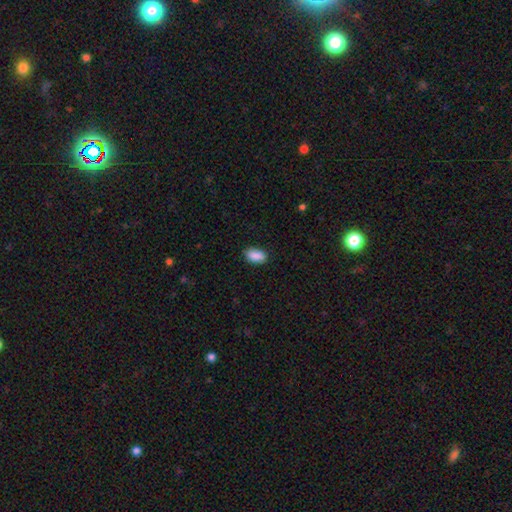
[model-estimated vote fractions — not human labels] Smooth or featured?
  - smooth: 90% *
  - star or artifact: 7%
  - featured or disk: 3%
How rounded?
  - in between: 92% *
  - round: 5%
  - cigar-shaped: 3%
Merging?
  - none: 86% *
  - minor disturbance: 10%
  - major disturbance: 2%
  - merger: 1%